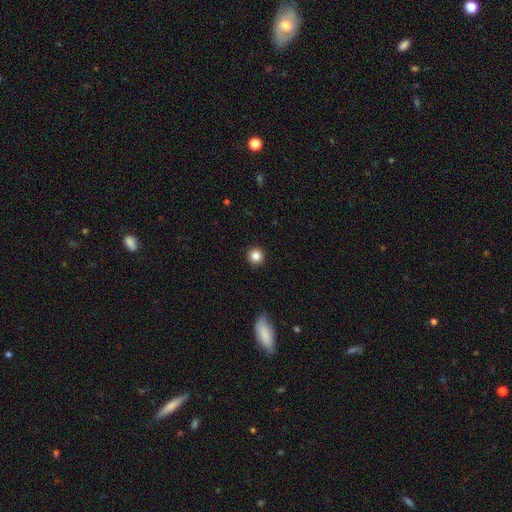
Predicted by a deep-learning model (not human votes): The model was most divided on "smooth or featured": smooth: 85%, star or artifact: 11%, featured or disk: 5%. More confident: how rounded — round (95%); merging — none (93%).